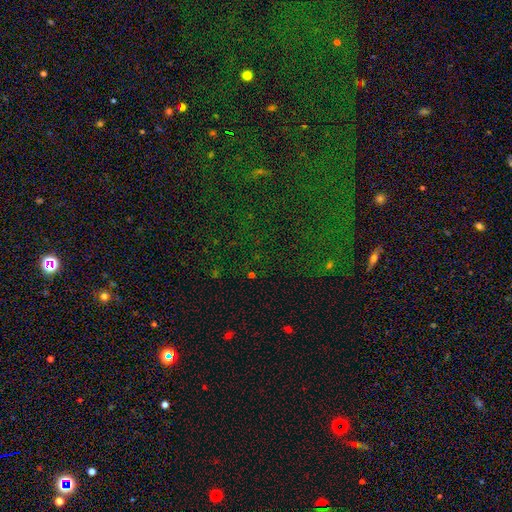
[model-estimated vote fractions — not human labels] A star or artifact, not a galaxy (78%).